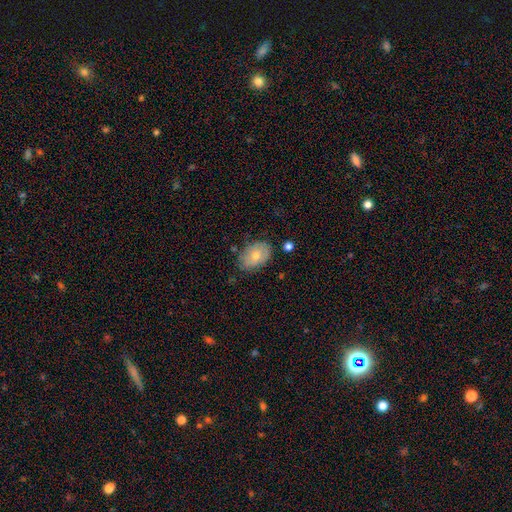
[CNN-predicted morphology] This appears to be a smooth galaxy with no disk features (67%) that is in between round and cigar-shaped (86%). Merging: none (77%).